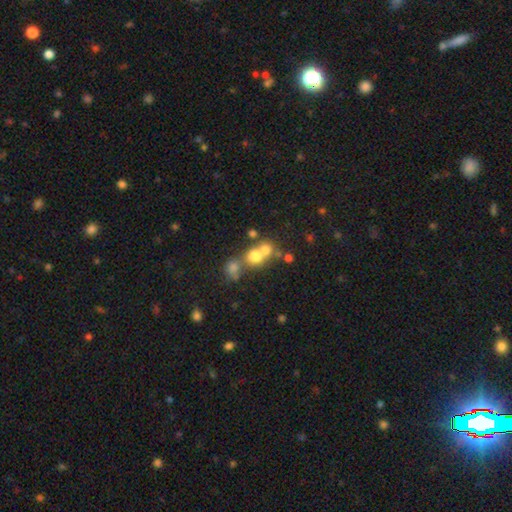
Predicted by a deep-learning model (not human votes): smooth-or-featured: smooth: 68% | featured or disk: 18% | star or artifact: 15%
  how-rounded: round: 74% | in between: 24% | cigar-shaped: 1%
  merging: merger: 54% | none: 34% | minor disturbance: 7% | major disturbance: 5%